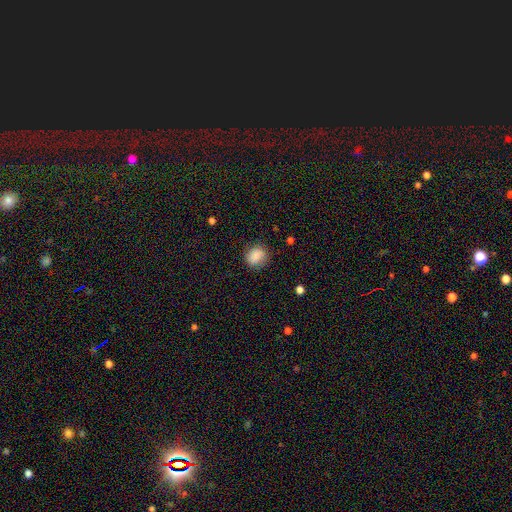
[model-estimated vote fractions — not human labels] smooth 85%, star or artifact 8%, featured or disk 7%. Down the decision tree: how rounded — round (69%); merging — none (79%).